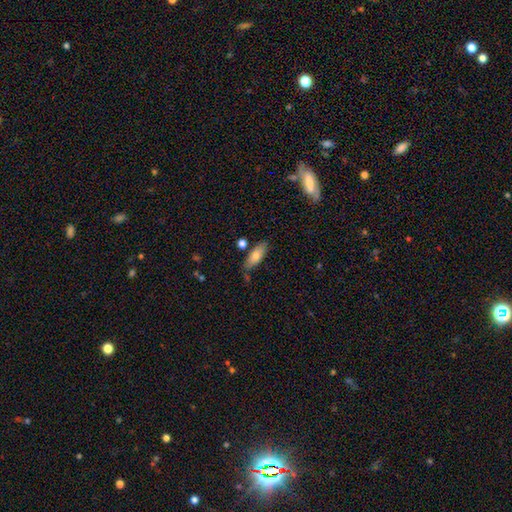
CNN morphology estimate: A smooth galaxy with no disk features (73%) that is in between round and cigar-shaped (65%).

Vote fractions:
- Smooth or featured? smooth: 73% / featured or disk: 20% / star or artifact: 7%
- How rounded? in between: 65% / cigar-shaped: 32% / round: 3%
- Merging? none: 73% / minor disturbance: 17% / merger: 7% / major disturbance: 4%